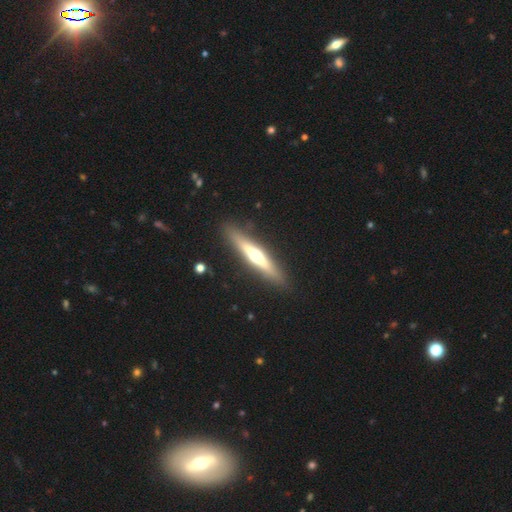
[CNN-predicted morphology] A featured or disk galaxy (62%) viewed edge-on (94%) with a rounded central bulge (89%). Merging: none (88%).